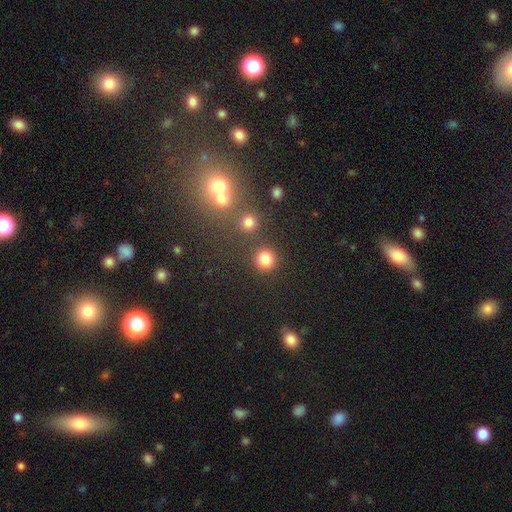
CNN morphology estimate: This is possibly a star or artifact rather than a galaxy (46%).